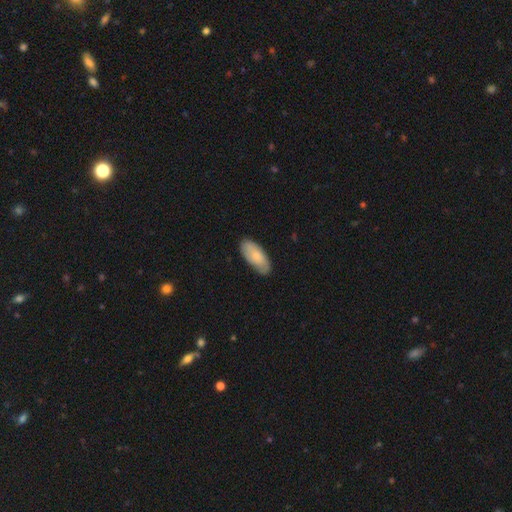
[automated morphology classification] Smooth or featured? smooth (72%)
How rounded? in between (87%)
Merging? none (78%)